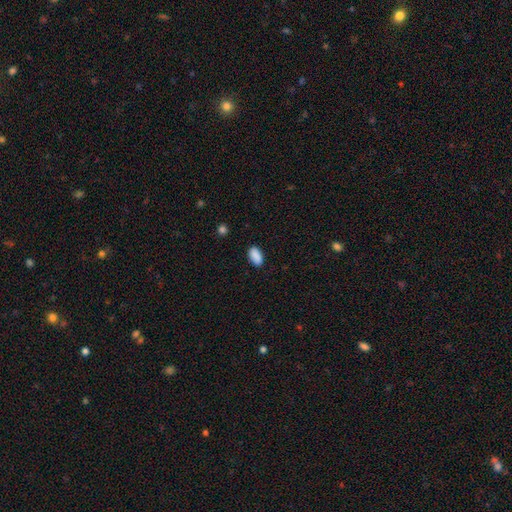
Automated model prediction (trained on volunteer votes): A smooth galaxy with no disk features (89%) that is in between round and cigar-shaped (93%). Merging: none (85%).